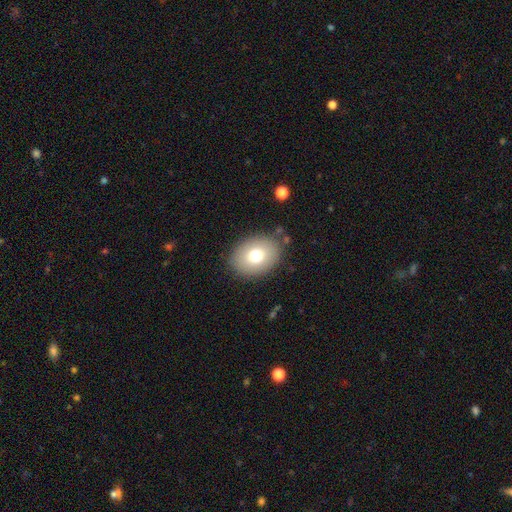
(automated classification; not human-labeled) A smooth galaxy with no disk features (75%) that is in between round and cigar-shaped (65%). Merging: none (85%).